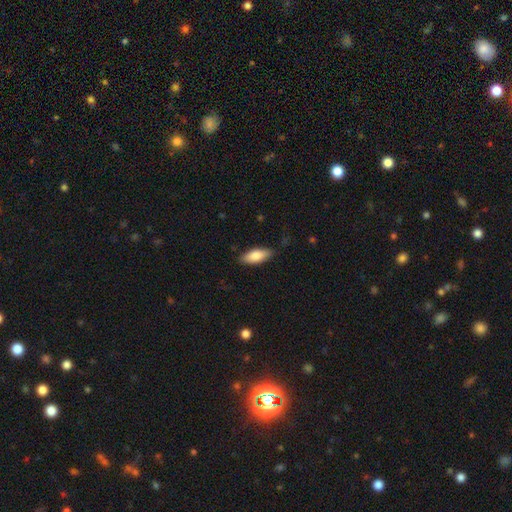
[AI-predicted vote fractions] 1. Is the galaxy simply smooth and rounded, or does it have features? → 81% smooth, 14% featured or disk, 6% star or artifact.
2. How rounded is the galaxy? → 80% in between, 18% cigar-shaped, 2% round.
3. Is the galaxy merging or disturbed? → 81% none, 15% minor disturbance, 3% major disturbance, 1% merger.